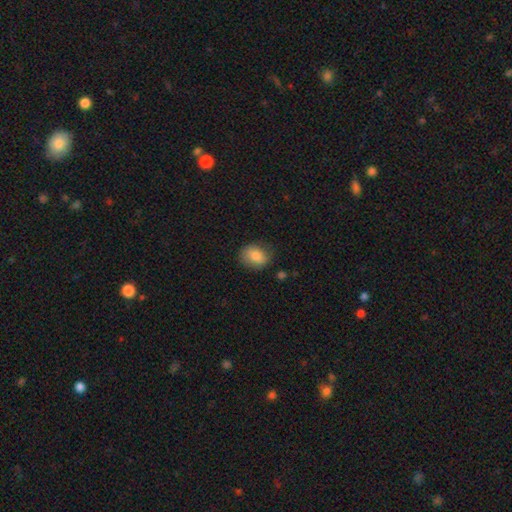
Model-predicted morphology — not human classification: Smooth or featured?
  - smooth: 80% *
  - featured or disk: 12%
  - star or artifact: 8%
How rounded?
  - in between: 51% *
  - round: 48%
  - cigar-shaped: 1%
Merging?
  - none: 77% *
  - minor disturbance: 17%
  - major disturbance: 4%
  - merger: 2%